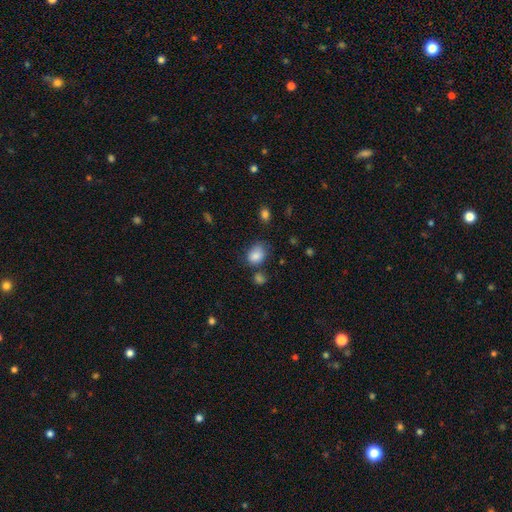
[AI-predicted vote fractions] smooth 85%, star or artifact 9%, featured or disk 6%. Down the decision tree: how rounded — in between (61%); merging — none (56%).